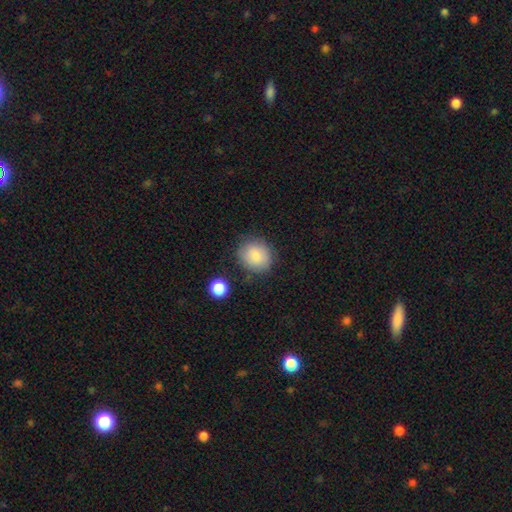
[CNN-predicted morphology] This appears to be a smooth galaxy with no disk features (83%) that is round (77%). Merging: none (78%).